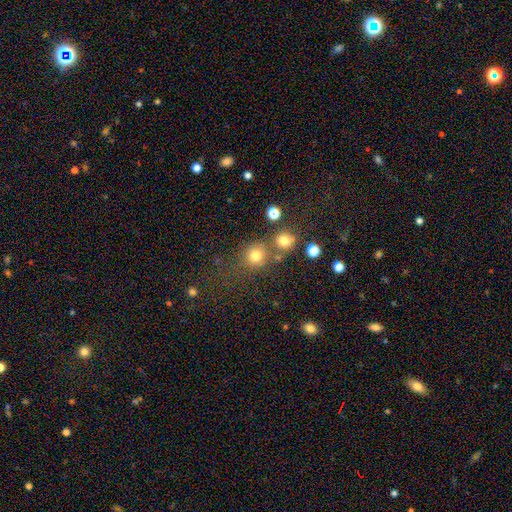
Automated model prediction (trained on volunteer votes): A smooth galaxy with no disk features (75%) that is round (86%).

Vote fractions:
- Smooth or featured? smooth: 75% / star or artifact: 17% / featured or disk: 8%
- How rounded? round: 86% / in between: 13% / cigar-shaped: 1%
- Merging? none: 63% / merger: 20% / minor disturbance: 10% / major disturbance: 6%